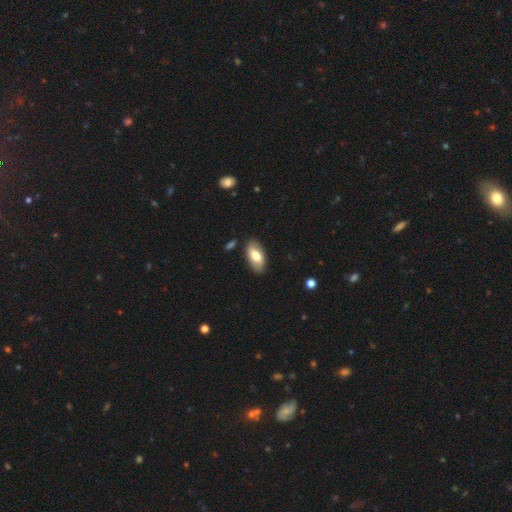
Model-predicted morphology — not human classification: The model was most divided on "smooth or featured": smooth: 71%, featured or disk: 23%, star or artifact: 6%. More confident: how rounded — in between (93%); merging — none (85%).